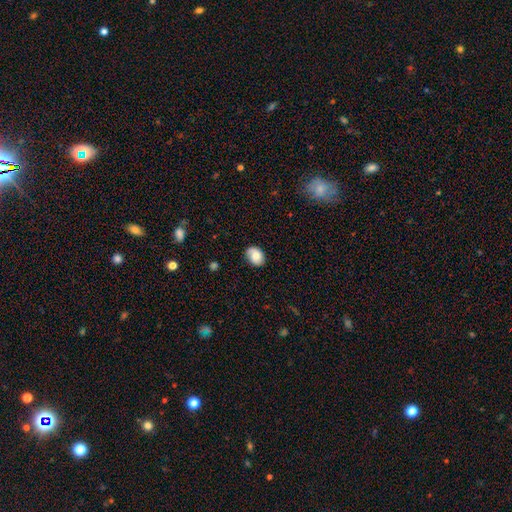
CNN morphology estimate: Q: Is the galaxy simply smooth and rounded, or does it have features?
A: smooth — 66%.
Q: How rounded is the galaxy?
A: in between — 64%.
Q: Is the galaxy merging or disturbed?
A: none — 73%.